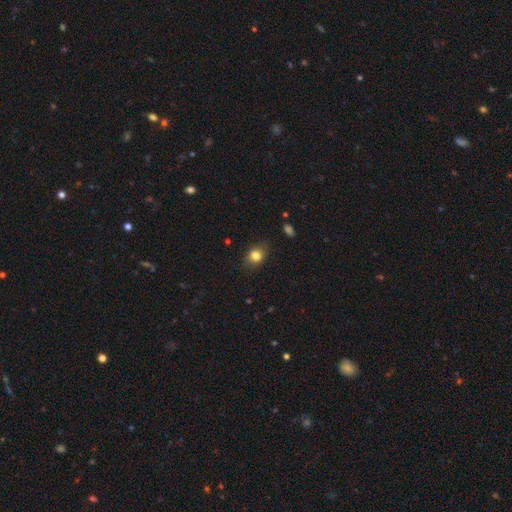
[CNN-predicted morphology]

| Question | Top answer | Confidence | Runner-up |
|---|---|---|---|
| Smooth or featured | smooth | 81% | star or artifact (10%) |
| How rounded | in between | 50% | round (49%) |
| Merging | none | 80% | minor disturbance (16%) |